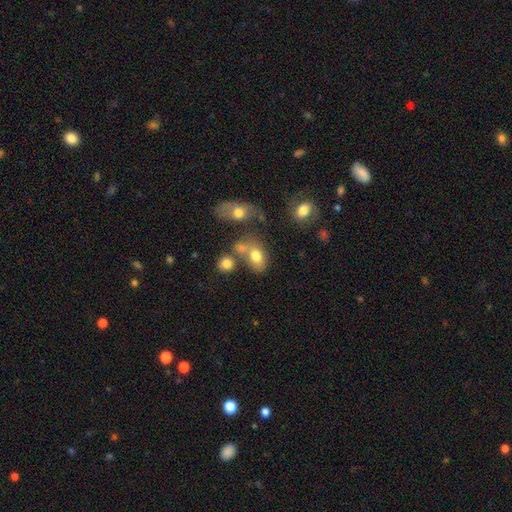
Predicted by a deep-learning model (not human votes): Smooth or featured? Predicted: smooth (p=0.75). How rounded? Predicted: in between (p=0.76). Merging? Predicted: none (p=0.41).